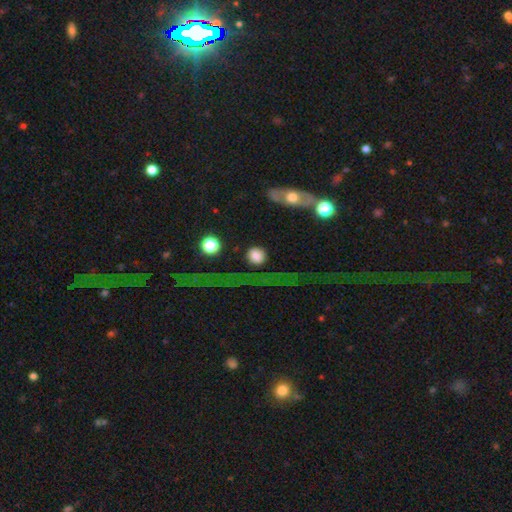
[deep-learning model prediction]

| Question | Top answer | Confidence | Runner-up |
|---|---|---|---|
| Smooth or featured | smooth | 76% | star or artifact (12%) |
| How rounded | round | 87% | in between (11%) |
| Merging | none | 77% | minor disturbance (10%) |